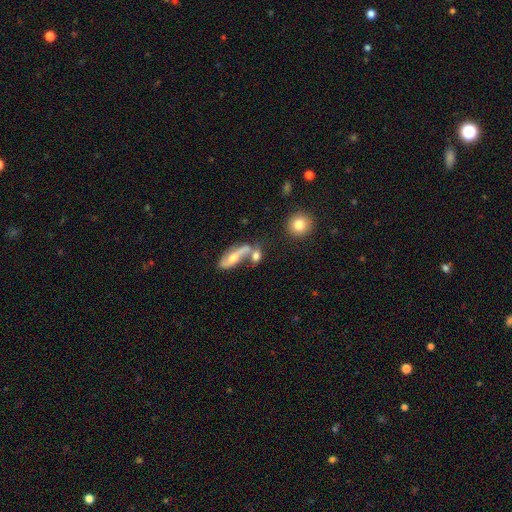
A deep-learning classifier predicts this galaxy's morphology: Smooth or featured?
  - smooth: 51% *
  - featured or disk: 39%
  - star or artifact: 10%
How rounded?
  - in between: 50% *
  - cigar-shaped: 27%
  - round: 22%
Merging?
  - none: 41% *
  - merger: 39%
  - minor disturbance: 13%
  - major disturbance: 8%